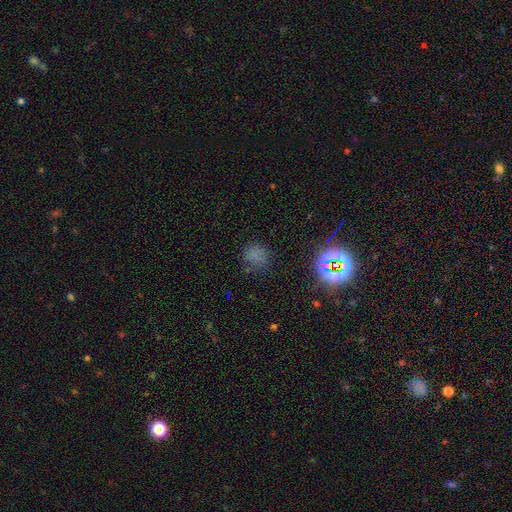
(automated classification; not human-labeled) A smooth galaxy with no disk features (63%) that is round (81%). Merging: none (73%).